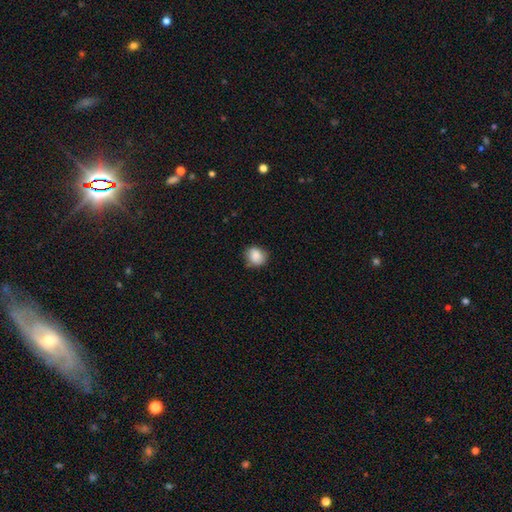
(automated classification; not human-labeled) Overall: smooth (86%). How rounded: round (69%; in between 30%). Merging: none (74%).